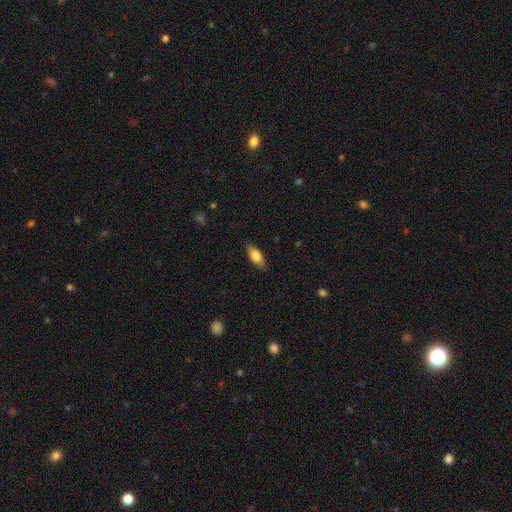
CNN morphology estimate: A smooth galaxy with no disk features (79%) that is in between round and cigar-shaped (82%).

Vote fractions:
- Smooth or featured? smooth: 79% / featured or disk: 14% / star or artifact: 7%
- How rounded? in between: 82% / cigar-shaped: 15% / round: 3%
- Merging? none: 85% / minor disturbance: 12% / major disturbance: 2% / merger: 1%